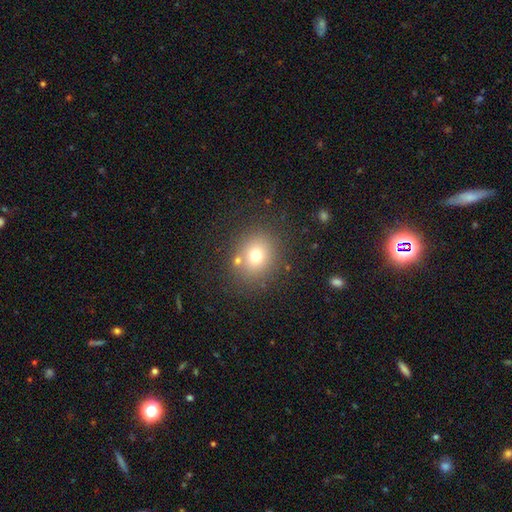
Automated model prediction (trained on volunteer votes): The model was most divided on "how rounded": round: 72%, in between: 28%, cigar-shaped: 1%. More confident: merging — none (77%); smooth or featured — smooth (72%).